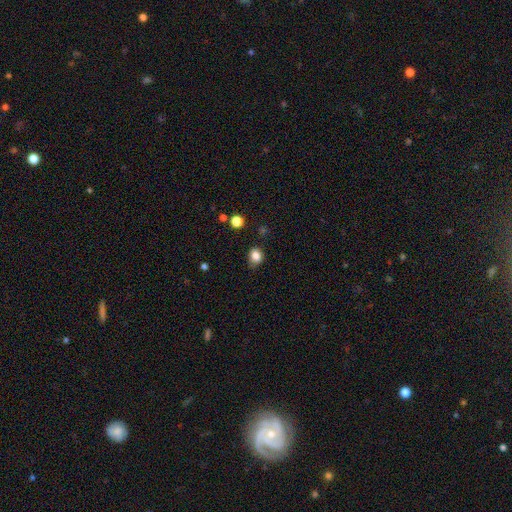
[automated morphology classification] smooth 83%, star or artifact 11%, featured or disk 6%. Down the decision tree: how rounded — round (57%); merging — none (70%).